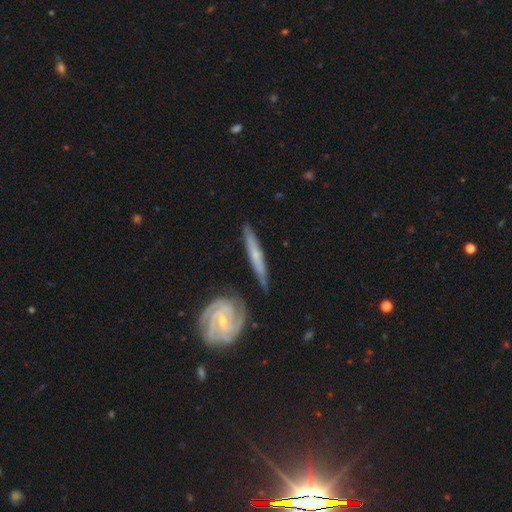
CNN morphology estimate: Q: Smooth or featured?
A: featured or disk (67%); runner-up: smooth (28%)
Q: Edge-on disk?
A: yes (60%); runner-up: no (40%)
Q: Merging?
A: none (76%); runner-up: minor disturbance (15%)